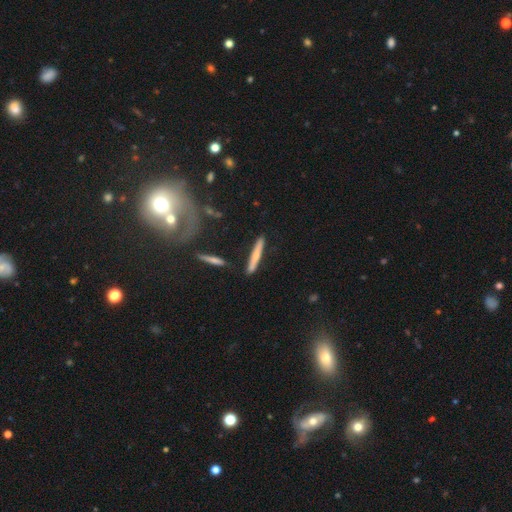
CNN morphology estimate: A smooth galaxy with no disk features (56%) that is cigar-shaped (94%). Merging: none (85%).